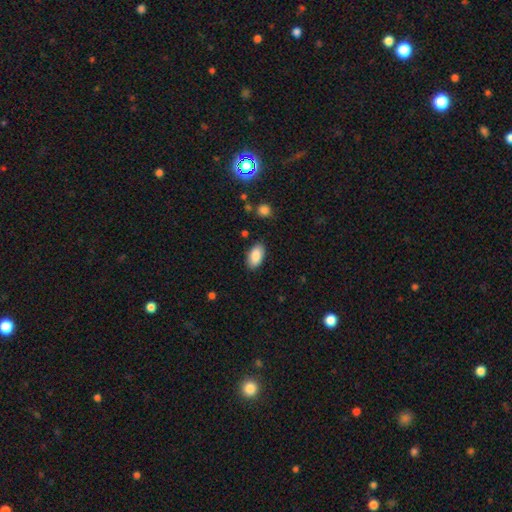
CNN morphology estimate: Q: Smooth or featured?
A: smooth (87%); runner-up: star or artifact (7%)
Q: How rounded?
A: in between (93%); runner-up: round (3%)
Q: Merging?
A: none (86%); runner-up: minor disturbance (10%)